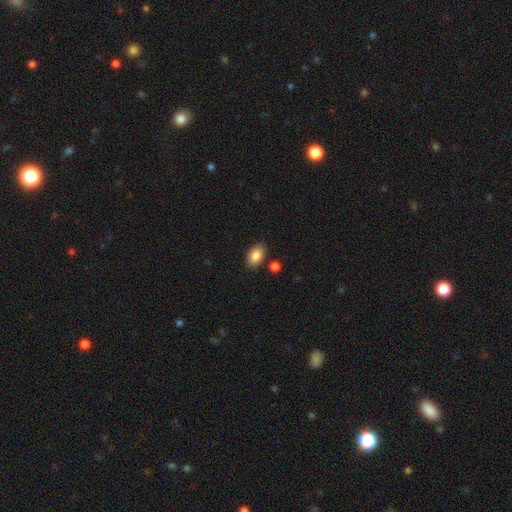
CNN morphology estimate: A smooth galaxy with no disk features (86%) that is in between round and cigar-shaped (89%). Merging: none (82%).